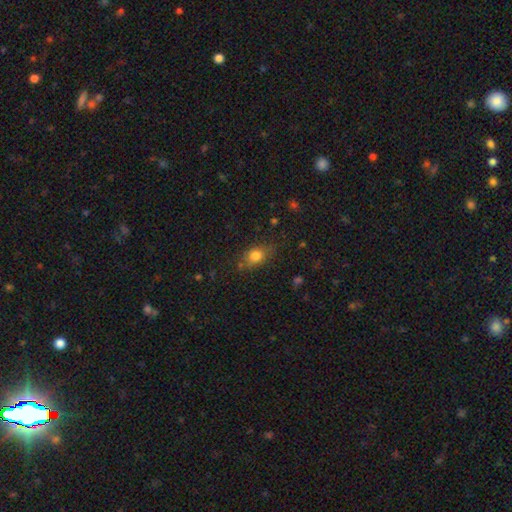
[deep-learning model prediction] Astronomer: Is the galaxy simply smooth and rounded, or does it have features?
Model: smooth — 77%.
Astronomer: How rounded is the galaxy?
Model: in between — 65%.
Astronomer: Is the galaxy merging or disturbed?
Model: none — 71%.